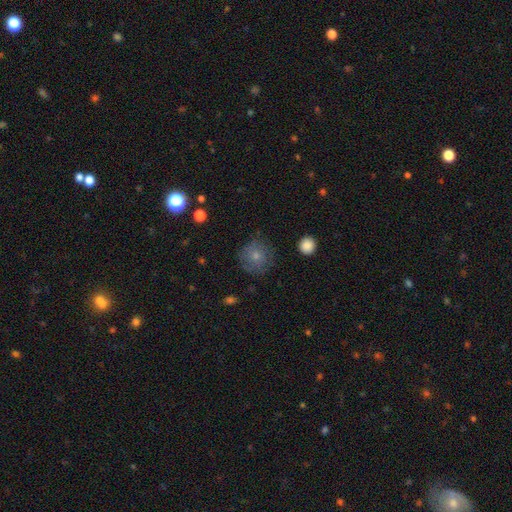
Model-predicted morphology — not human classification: The model was most divided on "merging": none: 75%, minor disturbance: 17%, major disturbance: 7%, merger: 1%. More confident: how rounded — round (91%); smooth or featured — smooth (74%).